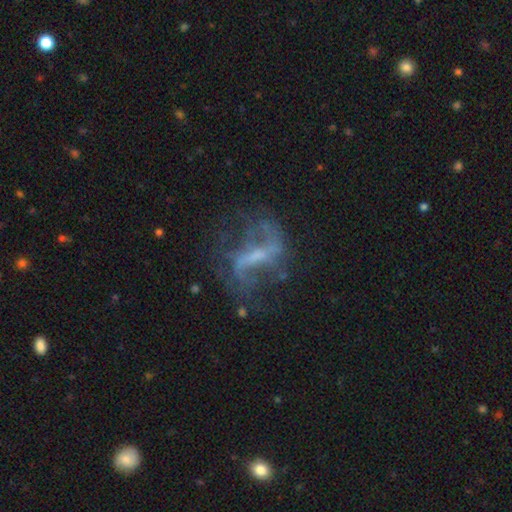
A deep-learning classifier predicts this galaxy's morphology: featured or disk 80%, star or artifact 10%, smooth 10%. Down the decision tree: edge-on disk — no (94%); bar — strong (48%); spiral arms — yes (80%); spiral arm count — 2 (82%); spiral winding — loose (68%); bulge size — small (47%); merging — none (56%).